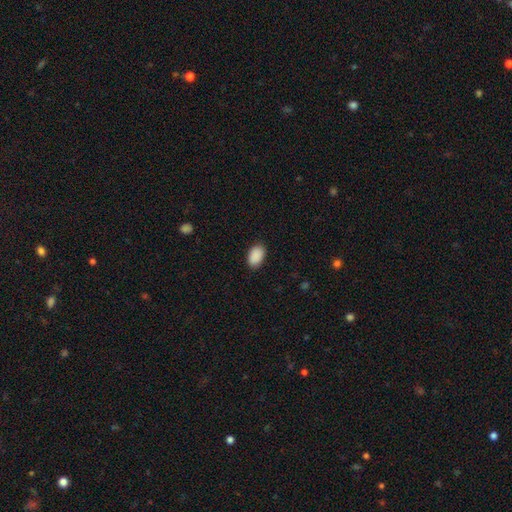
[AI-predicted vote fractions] smooth-or-featured: smooth: 91% | star or artifact: 7% | featured or disk: 2%
  how-rounded: in between: 90% | round: 9% | cigar-shaped: 1%
  merging: none: 86% | minor disturbance: 11% | major disturbance: 2% | merger: 1%